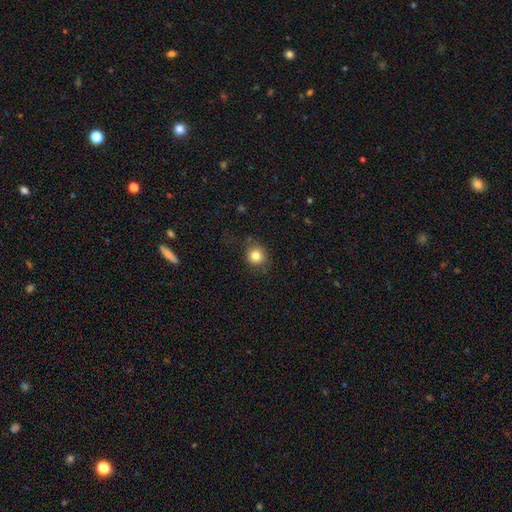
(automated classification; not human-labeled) Smooth or featured: smooth — 82% (star or artifact — 11%)
How rounded: round — 85% (in between — 14%)
Merging: none — 78% (minor disturbance — 16%)